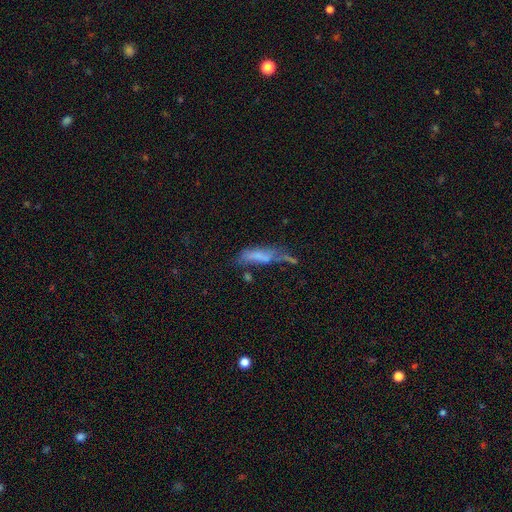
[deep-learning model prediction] Smooth or featured?
  - smooth: 52% *
  - featured or disk: 35%
  - star or artifact: 14%
How rounded?
  - cigar-shaped: 64% *
  - in between: 34%
  - round: 2%
Merging?
  - none: 31% *
  - major disturbance: 27%
  - minor disturbance: 25%
  - merger: 16%